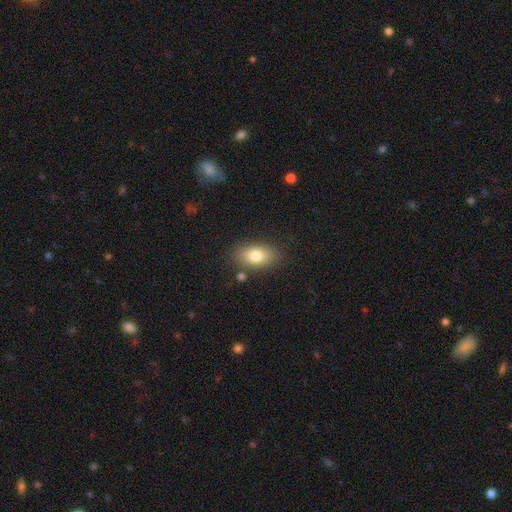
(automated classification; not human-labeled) Morphology: type=smooth (80%); roundness=in between (89%); merging=none (81%).